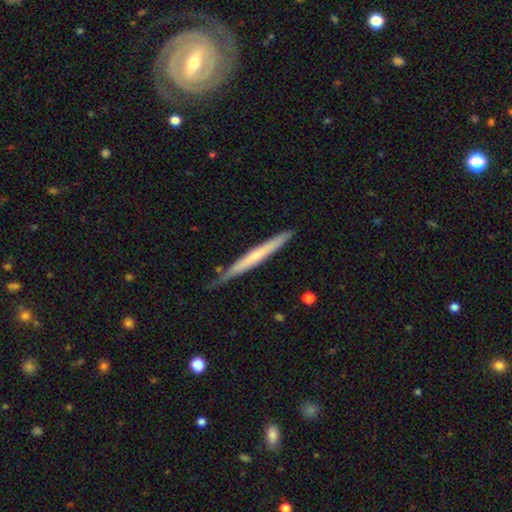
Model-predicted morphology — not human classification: A featured or disk galaxy (50%).

Vote fractions:
- Smooth or featured? featured or disk: 50% / smooth: 45% / star or artifact: 5%
- Merging? none: 77% / minor disturbance: 18% / major disturbance: 3% / merger: 2%